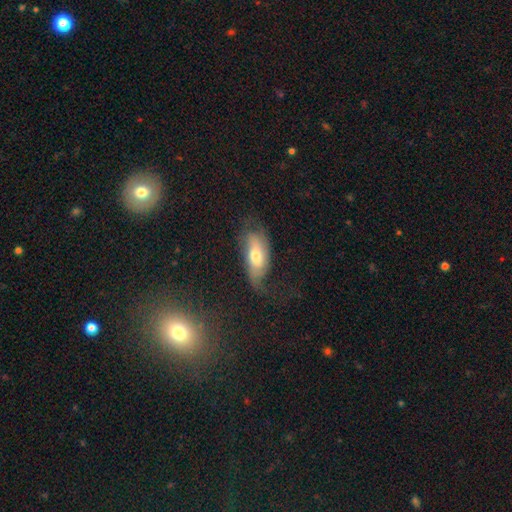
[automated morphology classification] Smooth or featured?
  - featured or disk: 49% *
  - smooth: 42%
  - star or artifact: 9%
Merging?
  - none: 48% *
  - minor disturbance: 26%
  - major disturbance: 24%
  - merger: 2%